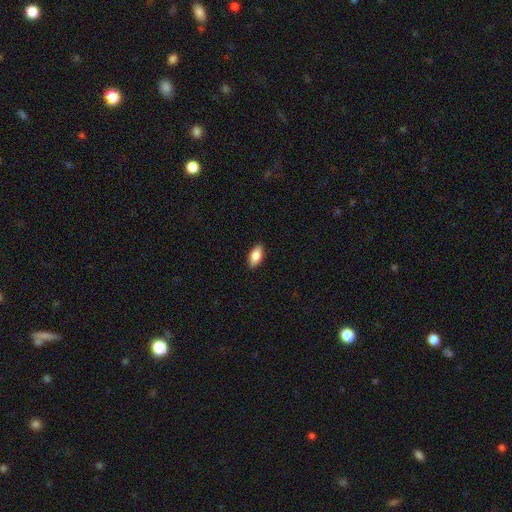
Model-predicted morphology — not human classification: This is clearly a smooth galaxy (83%). How rounded: clearly in between (90%). Merging: clearly none (89%).